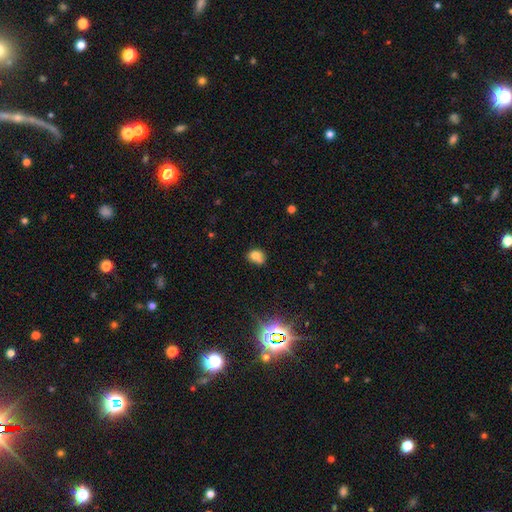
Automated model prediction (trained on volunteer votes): smooth-or-featured: smooth: 73% | featured or disk: 14% | star or artifact: 13%
  how-rounded: round: 55% | in between: 44% | cigar-shaped: 1%
  merging: none: 43% | merger: 35% | minor disturbance: 16% | major disturbance: 6%